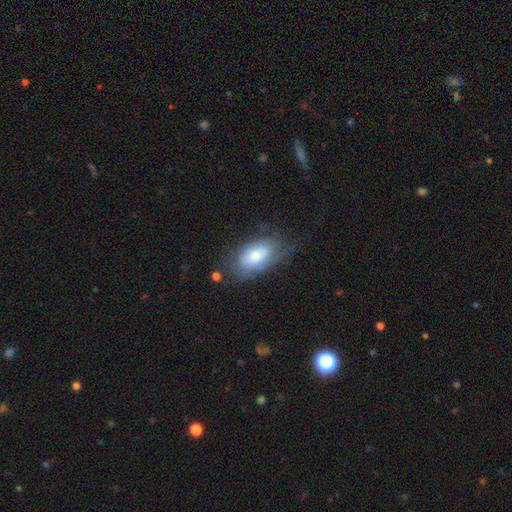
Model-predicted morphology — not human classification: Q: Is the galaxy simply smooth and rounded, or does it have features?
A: smooth — 61%.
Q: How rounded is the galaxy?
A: in between — 93%.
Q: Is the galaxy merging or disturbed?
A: none — 58%.